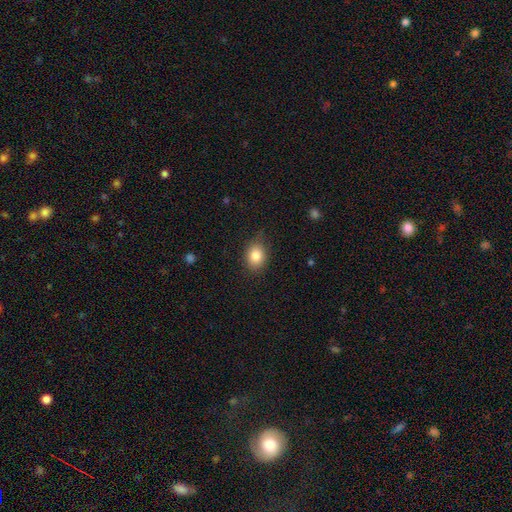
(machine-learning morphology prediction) This is clearly a smooth galaxy (84%). How rounded: possibly in between (57%). Merging: clearly none (80%).